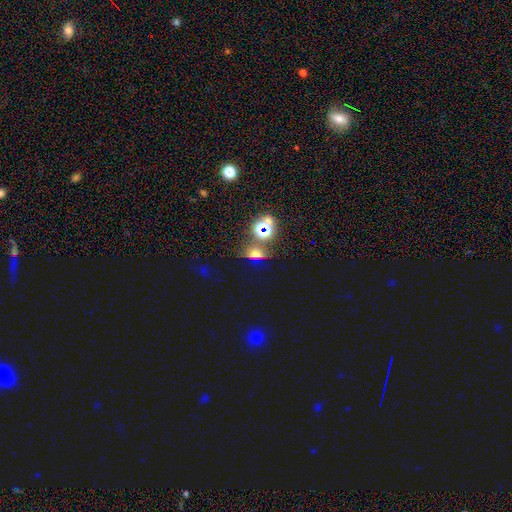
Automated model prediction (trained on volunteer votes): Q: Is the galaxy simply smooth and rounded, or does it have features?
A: star or artifact — 63%.